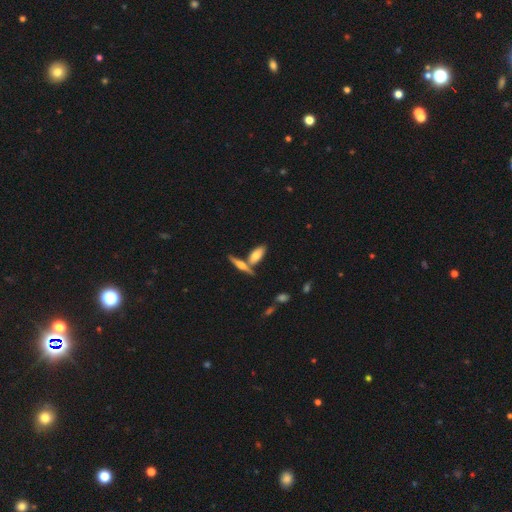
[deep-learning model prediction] smooth 65%, featured or disk 28%, star or artifact 7%. Down the decision tree: how rounded — in between (77%); merging — none (57%).